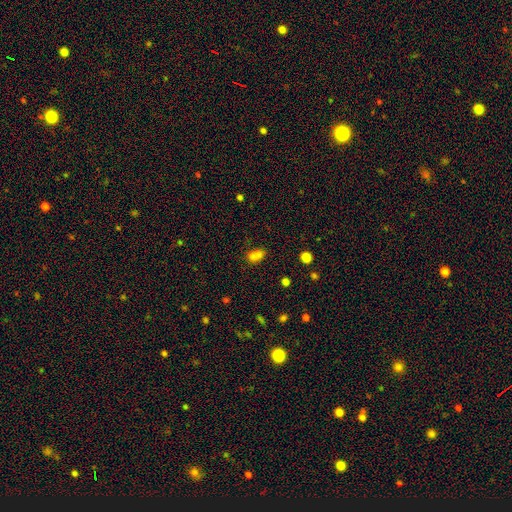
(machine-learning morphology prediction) Overall: smooth (72%). How rounded: round (49%, tied with in between). Merging: merger (59%; none 29%).